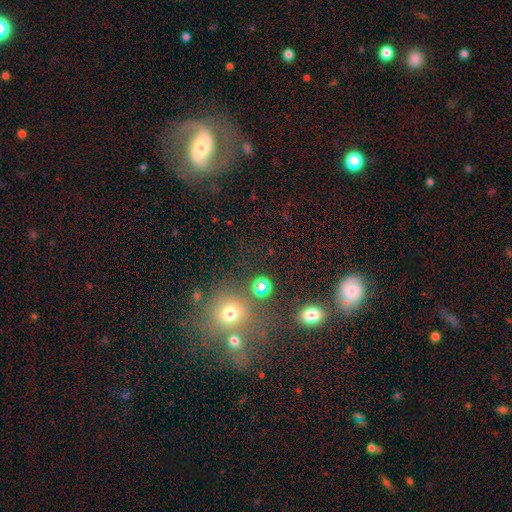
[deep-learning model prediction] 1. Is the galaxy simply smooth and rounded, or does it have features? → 42% smooth, 29% featured or disk, 29% star or artifact.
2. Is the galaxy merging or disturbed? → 63% none, 14% minor disturbance, 13% merger, 9% major disturbance.